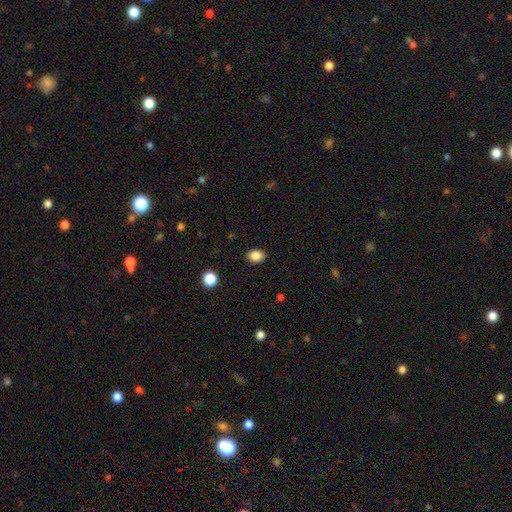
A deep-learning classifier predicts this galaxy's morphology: smooth-or-featured: smooth: 86% | star or artifact: 10% | featured or disk: 4%
  how-rounded: in between: 63% | round: 36% | cigar-shaped: 1%
  merging: none: 88% | minor disturbance: 8% | major disturbance: 2% | merger: 1%